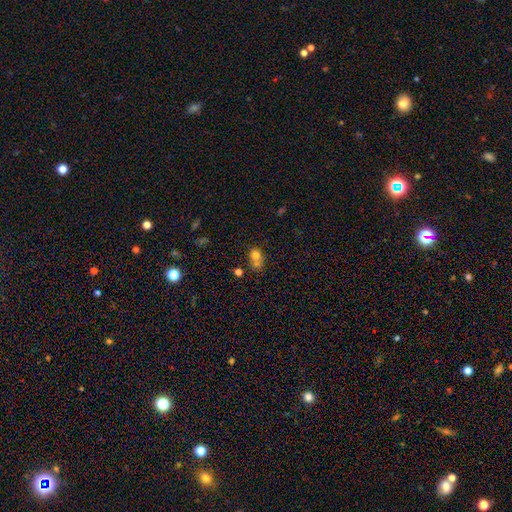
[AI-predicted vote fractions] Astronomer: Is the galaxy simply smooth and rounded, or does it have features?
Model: smooth — 70%.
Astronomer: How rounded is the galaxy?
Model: round — 64%.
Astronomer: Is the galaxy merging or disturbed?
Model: merger — 51% (runner-up: none, 33%).